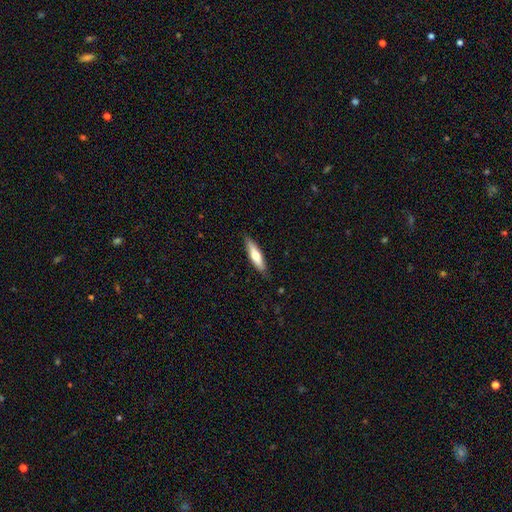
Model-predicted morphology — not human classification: A smooth galaxy with no disk features (64%) that is cigar-shaped (71%). Merging: none (84%).